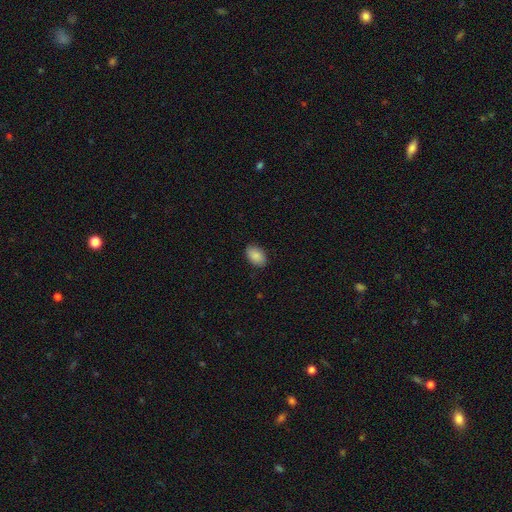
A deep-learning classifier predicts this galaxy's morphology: Smooth or featured: smooth — 89% (star or artifact — 7%)
How rounded: in between — 89% (round — 9%)
Merging: none — 88% (minor disturbance — 9%)